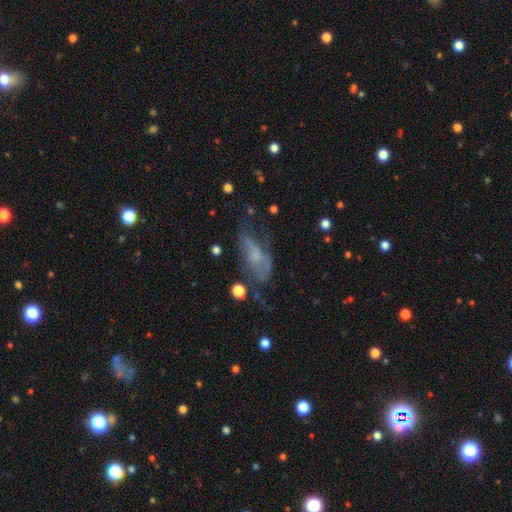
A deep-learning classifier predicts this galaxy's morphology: A featured or disk galaxy (52%). Merging: none (38%).